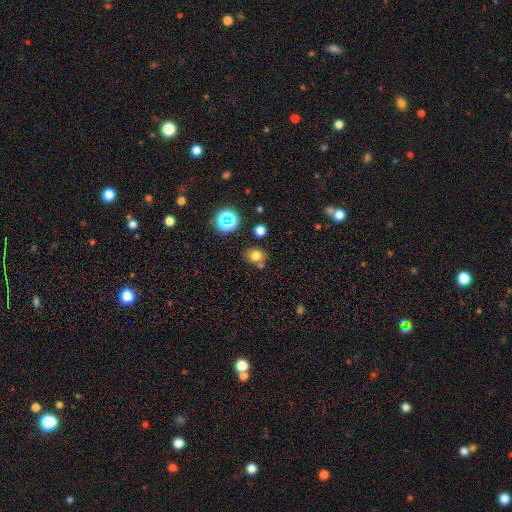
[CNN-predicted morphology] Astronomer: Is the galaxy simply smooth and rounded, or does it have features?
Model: smooth — 73%.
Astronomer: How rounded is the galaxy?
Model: round — 68%.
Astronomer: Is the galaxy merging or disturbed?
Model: none — 68%.